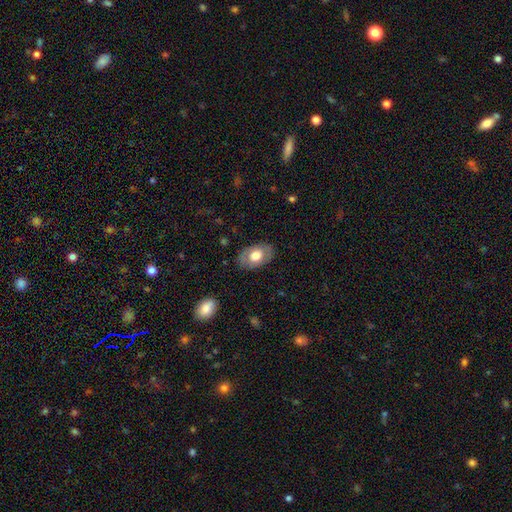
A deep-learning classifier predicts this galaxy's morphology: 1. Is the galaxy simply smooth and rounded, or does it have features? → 64% smooth, 30% featured or disk, 6% star or artifact.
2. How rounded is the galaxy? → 88% in between, 11% round, 1% cigar-shaped.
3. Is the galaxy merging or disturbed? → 82% none, 13% minor disturbance, 4% major disturbance, 1% merger.